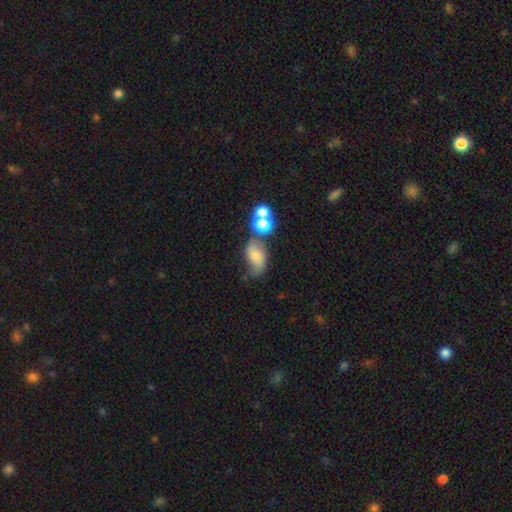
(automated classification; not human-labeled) Smooth or featured: smooth — 57% (featured or disk — 28%)
How rounded: in between — 82% (round — 15%)
Merging: none — 42% (minor disturbance — 25%)